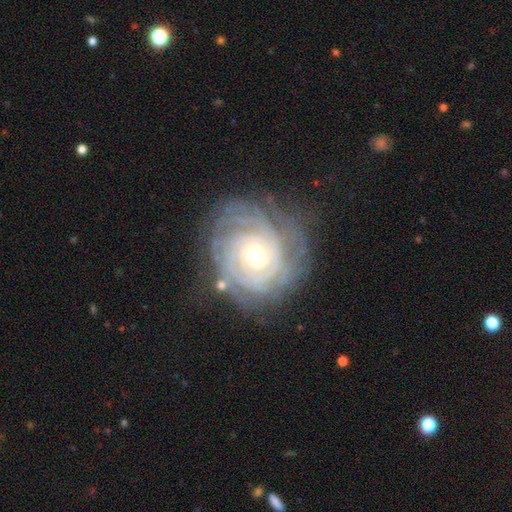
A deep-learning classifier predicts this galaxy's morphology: smooth-or-featured: featured or disk: 87% | smooth: 6% | star or artifact: 6%
  disk-edge-on: no: 97% | yes: 3%
    bar: no: 74% | weak: 19% | strong: 7%
    has-spiral-arms: yes: 97% | no: 3%
      spiral-winding: tight: 85% | medium: 12% | loose: 3%
      spiral-arm-count: can't tell: 30% | 4: 20% | more than 4: 17% | 3: 16% | 2: 10% | 1: 6%
    bulge-size: moderate: 56% | small: 39% | large: 4% | dominant: 1% | none: 1%
  merging: none: 74% | minor disturbance: 17% | major disturbance: 7% | merger: 2%